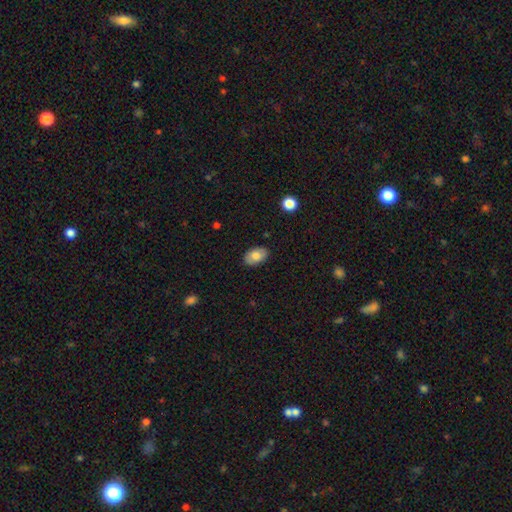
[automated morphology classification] A smooth galaxy with no disk features (78%) that is in between round and cigar-shaped (92%).

Vote fractions:
- Smooth or featured? smooth: 78% / featured or disk: 15% / star or artifact: 7%
- How rounded? in between: 92% / round: 6% / cigar-shaped: 1%
- Merging? none: 87% / minor disturbance: 10% / major disturbance: 2% / merger: 1%